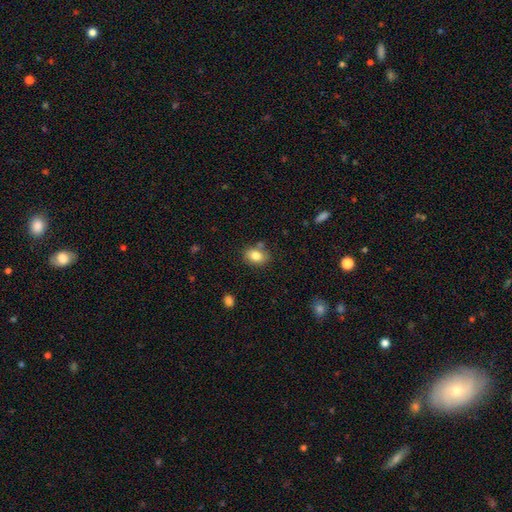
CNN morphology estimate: type=smooth (83%); roundness=in between (70%); merging=none (74%).